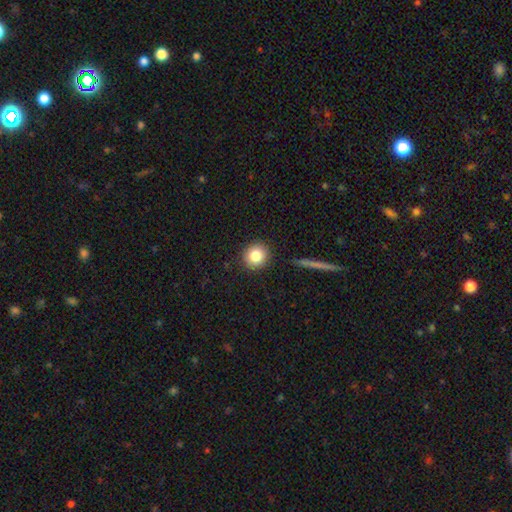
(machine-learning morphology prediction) Smooth or featured?
  - smooth: 83% *
  - star or artifact: 10%
  - featured or disk: 7%
How rounded?
  - round: 90% *
  - in between: 9%
  - cigar-shaped: 1%
Merging?
  - none: 90% *
  - minor disturbance: 7%
  - major disturbance: 2%
  - merger: 1%